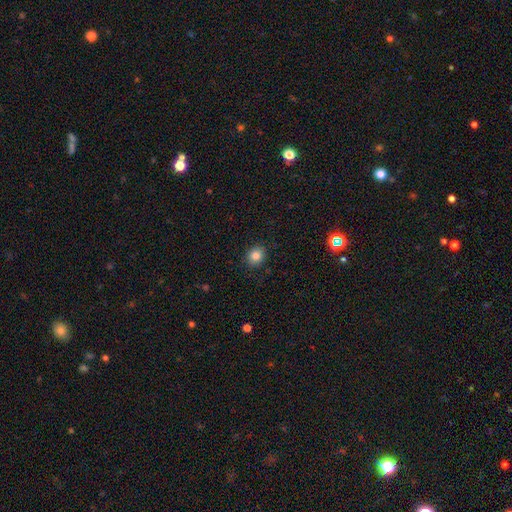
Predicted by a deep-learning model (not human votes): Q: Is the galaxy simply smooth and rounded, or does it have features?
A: smooth — 84%.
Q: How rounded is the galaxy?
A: round — 69%.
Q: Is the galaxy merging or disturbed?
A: none — 89%.